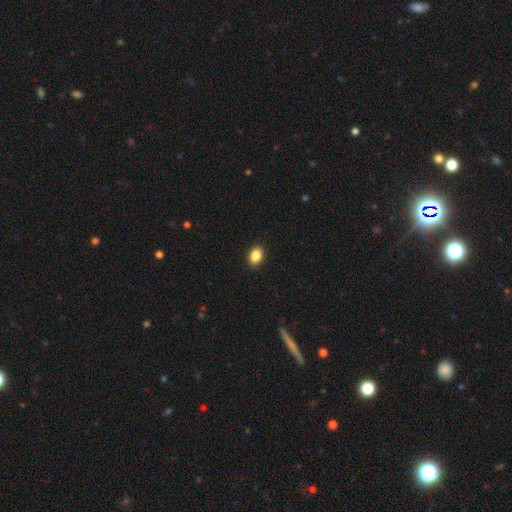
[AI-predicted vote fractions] Smooth or featured? smooth (87%)
How rounded? in between (74%)
Merging? none (90%)